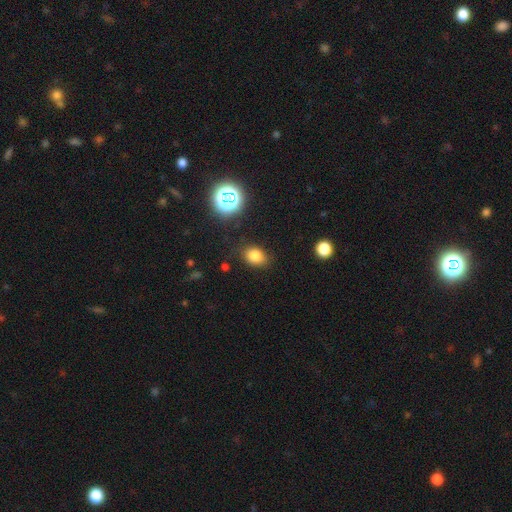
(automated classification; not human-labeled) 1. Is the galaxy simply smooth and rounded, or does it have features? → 79% smooth, 15% star or artifact, 6% featured or disk.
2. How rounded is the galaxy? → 62% in between, 37% round, 1% cigar-shaped.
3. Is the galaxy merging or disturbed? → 81% none, 13% minor disturbance, 4% major disturbance, 2% merger.